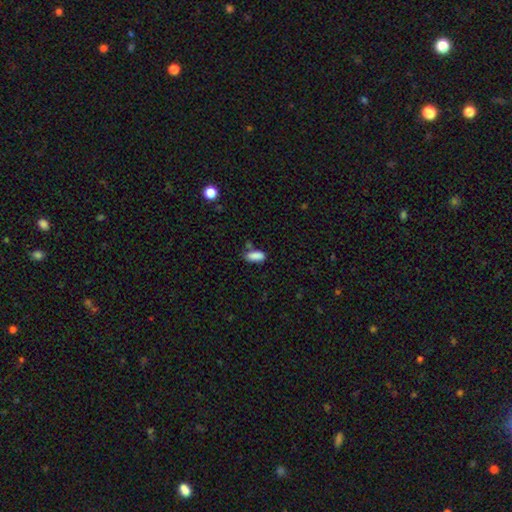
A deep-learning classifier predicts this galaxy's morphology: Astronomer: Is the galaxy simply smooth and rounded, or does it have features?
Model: smooth — 86%.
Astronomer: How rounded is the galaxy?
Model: in between — 82%.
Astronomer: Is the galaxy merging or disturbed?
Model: none — 62%.